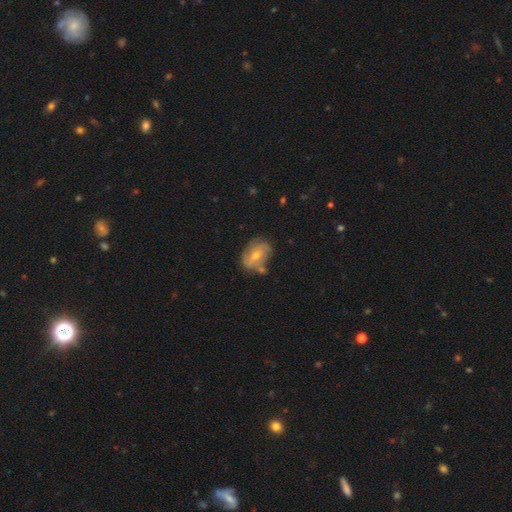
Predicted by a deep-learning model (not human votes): A featured or disk galaxy (60%) with a weak bar (42%, tied with no), spiral arms (70%) and a moderate central bulge (56%). Merging: none (61%).